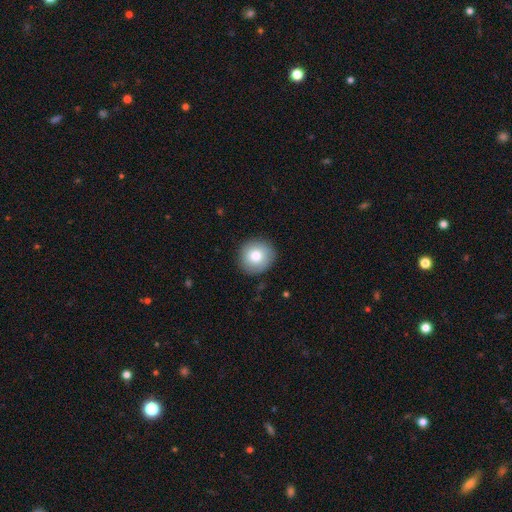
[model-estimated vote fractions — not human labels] Smooth or featured: smooth — 79% (featured or disk — 12%)
How rounded: round — 92% (in between — 7%)
Merging: none — 89% (minor disturbance — 8%)